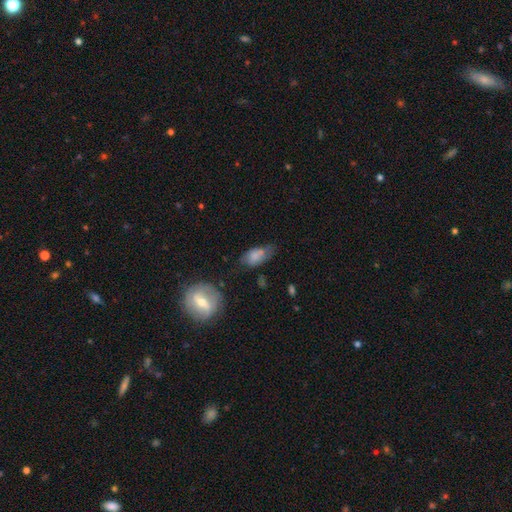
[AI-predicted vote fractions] A smooth galaxy with no disk features (70%) that is in between round and cigar-shaped (87%).

Vote fractions:
- Smooth or featured? smooth: 70% / featured or disk: 21% / star or artifact: 9%
- How rounded? in between: 87% / cigar-shaped: 7% / round: 6%
- Merging? none: 46% / minor disturbance: 33% / major disturbance: 15% / merger: 6%